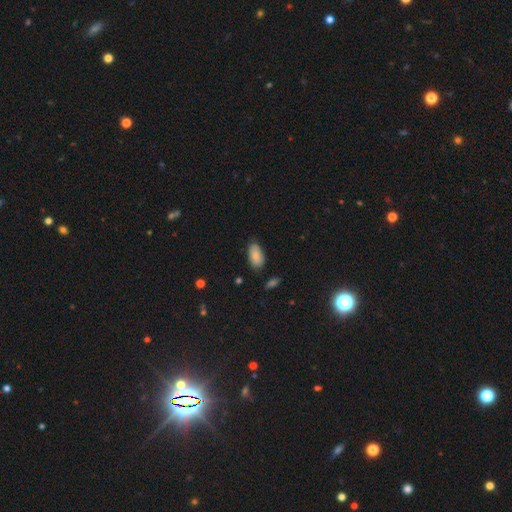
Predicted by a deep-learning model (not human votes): Smooth or featured: smooth — 87% (star or artifact — 7%)
How rounded: in between — 94% (cigar-shaped — 3%)
Merging: none — 78% (minor disturbance — 17%)